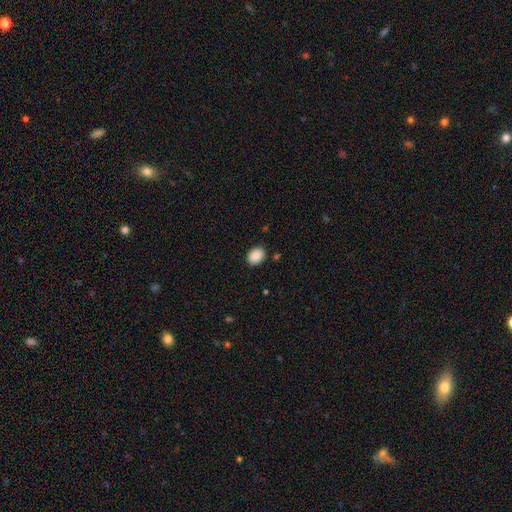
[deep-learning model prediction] Smooth or featured: smooth — 89% (star or artifact — 7%)
How rounded: in between — 72% (round — 27%)
Merging: none — 87% (minor disturbance — 9%)